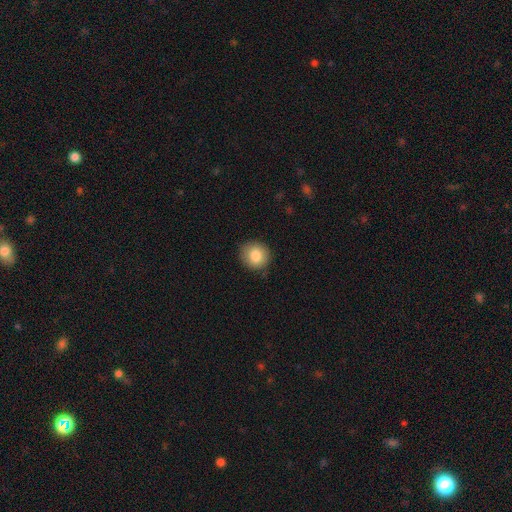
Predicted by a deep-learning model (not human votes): Q: Smooth or featured?
A: smooth (83%); runner-up: star or artifact (9%)
Q: How rounded?
A: round (87%); runner-up: in between (12%)
Q: Merging?
A: none (86%); runner-up: minor disturbance (10%)